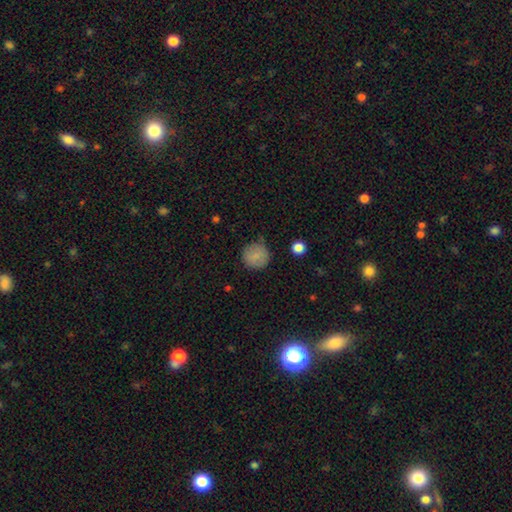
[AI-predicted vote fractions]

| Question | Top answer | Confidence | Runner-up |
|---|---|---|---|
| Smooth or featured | smooth | 82% | star or artifact (9%) |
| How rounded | round | 93% | in between (6%) |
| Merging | none | 79% | minor disturbance (15%) |